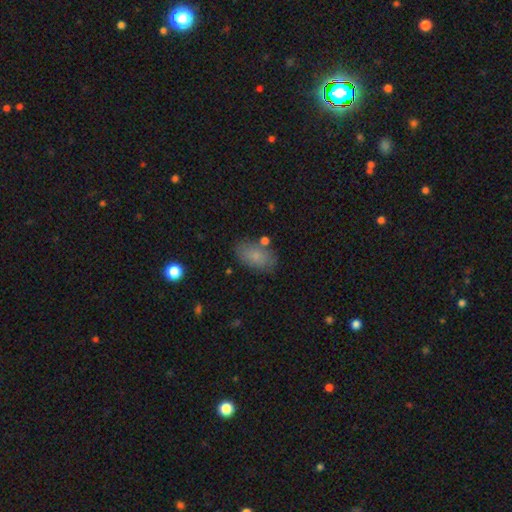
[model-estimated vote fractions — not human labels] smooth-or-featured: smooth: 82% | featured or disk: 10% | star or artifact: 8%
  how-rounded: in between: 92% | round: 6% | cigar-shaped: 2%
  merging: none: 75% | minor disturbance: 15% | merger: 6% | major disturbance: 4%